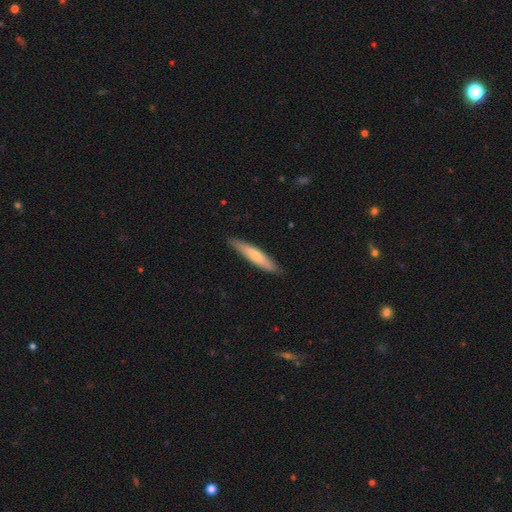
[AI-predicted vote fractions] Overall: smooth (63%; featured or disk 32%). How rounded: cigar-shaped (89%). Merging: none (89%).